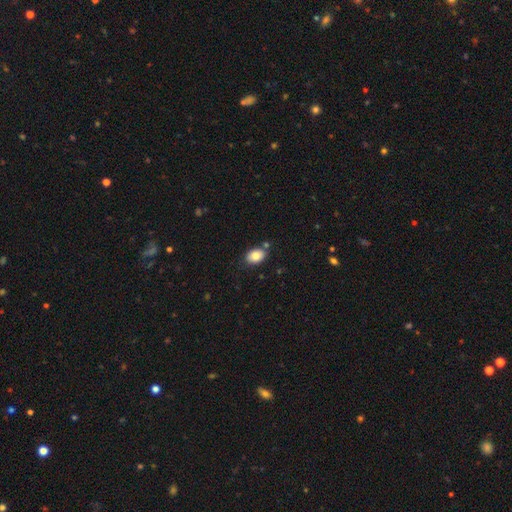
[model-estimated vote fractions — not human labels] Smooth or featured? smooth (83%)
How rounded? in between (82%)
Merging? none (78%)